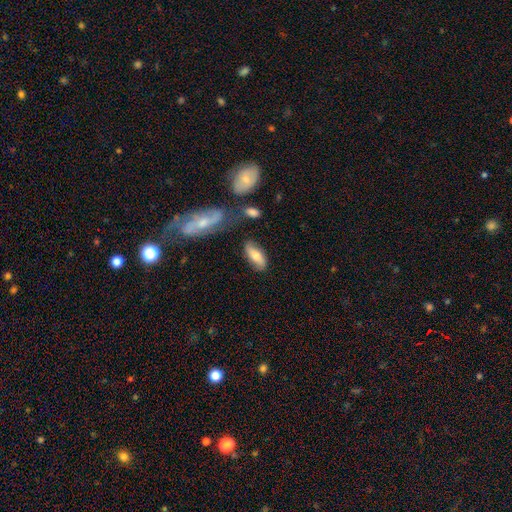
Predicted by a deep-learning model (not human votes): Overall: smooth (58%; featured or disk 35%). How rounded: in between (76%). Merging: none (73%).